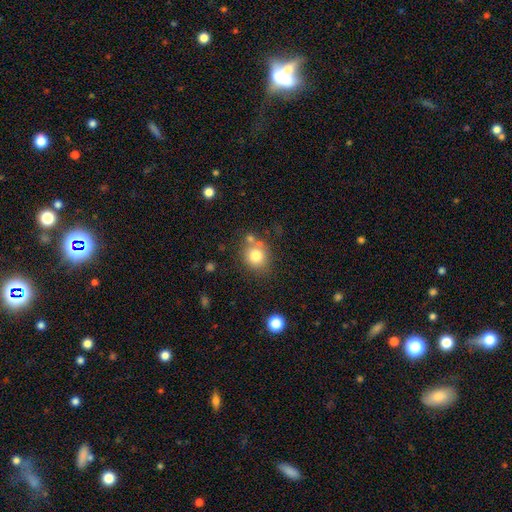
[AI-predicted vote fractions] This is likely a smooth galaxy (79%). How rounded: likely round (79%). Merging: likely none (64%).